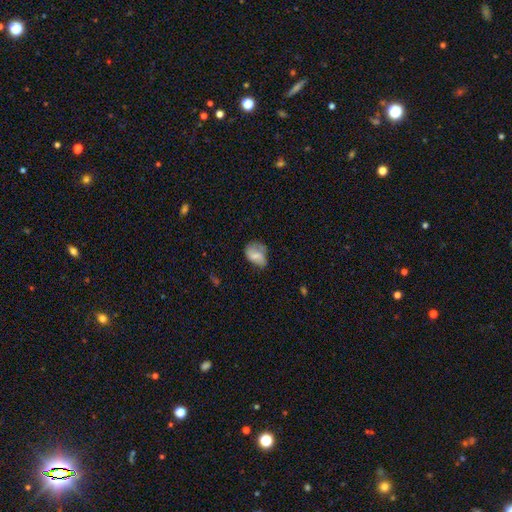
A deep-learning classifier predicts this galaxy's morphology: Smooth or featured: smooth — 66% (featured or disk — 26%)
How rounded: in between — 79% (round — 20%)
Merging: none — 38% (minor disturbance — 37%)